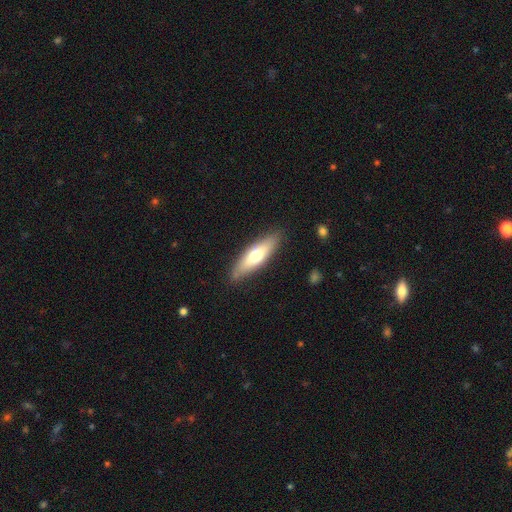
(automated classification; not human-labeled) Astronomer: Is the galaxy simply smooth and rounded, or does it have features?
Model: smooth — 61%.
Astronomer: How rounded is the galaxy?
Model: cigar-shaped — 60% (runner-up: in between, 39%).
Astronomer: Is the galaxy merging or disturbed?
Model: none — 85%.